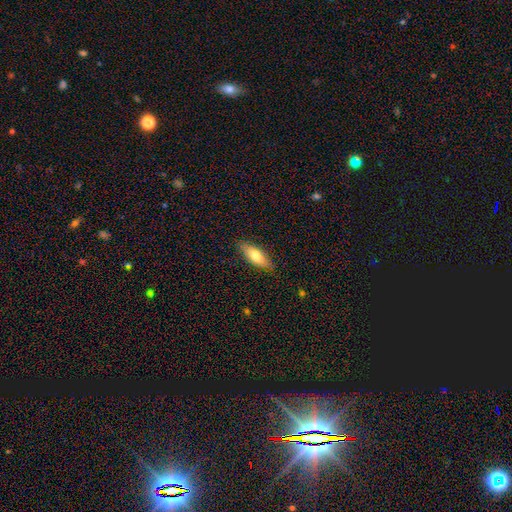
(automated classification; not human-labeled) Overall: smooth (69%). How rounded: in between (63%; cigar-shaped 34%). Merging: none (85%).